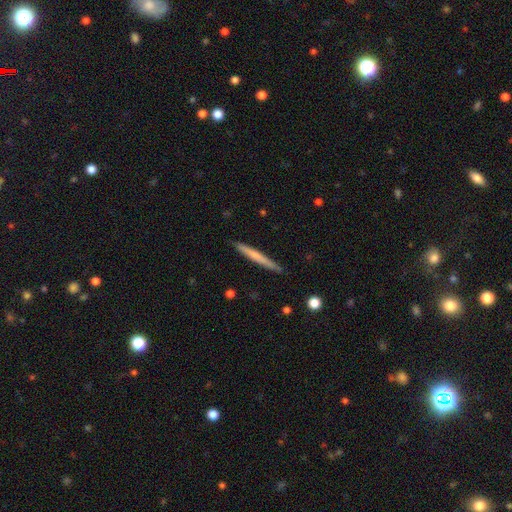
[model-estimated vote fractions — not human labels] Morphology: type=smooth (57%); roundness=cigar-shaped (97%); merging=none (89%).